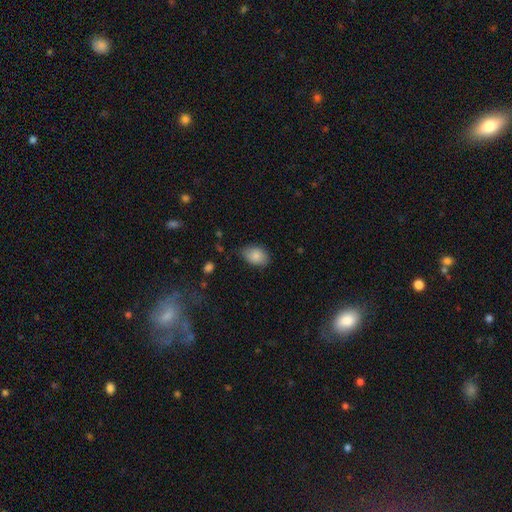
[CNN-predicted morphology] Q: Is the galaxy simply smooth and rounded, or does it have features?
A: smooth — 84%.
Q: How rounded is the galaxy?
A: in between — 84%.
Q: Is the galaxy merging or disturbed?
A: none — 72%.